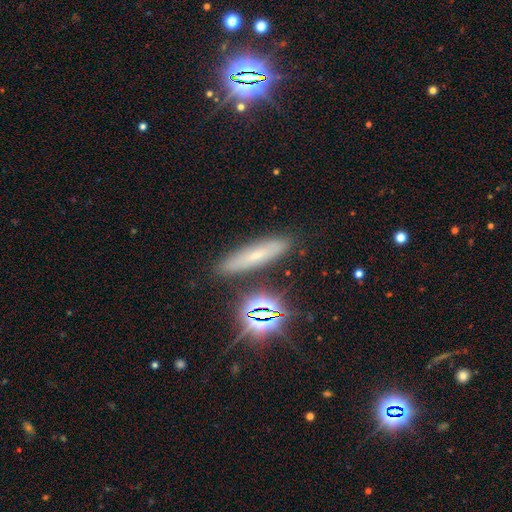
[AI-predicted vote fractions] smooth_or_featured: smooth (p=0.45) [alt: star or artifact p=0.28]
merging: none (p=0.84) [alt: minor disturbance p=0.10]